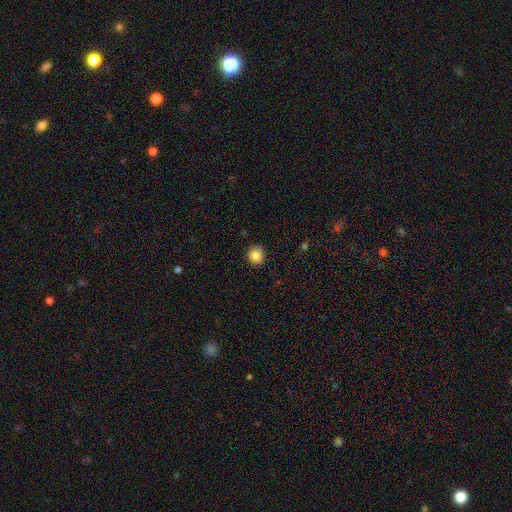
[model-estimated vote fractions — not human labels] Smooth or featured? Predicted: smooth (p=0.85). How rounded? Predicted: round (p=0.89). Merging? Predicted: none (p=0.84).